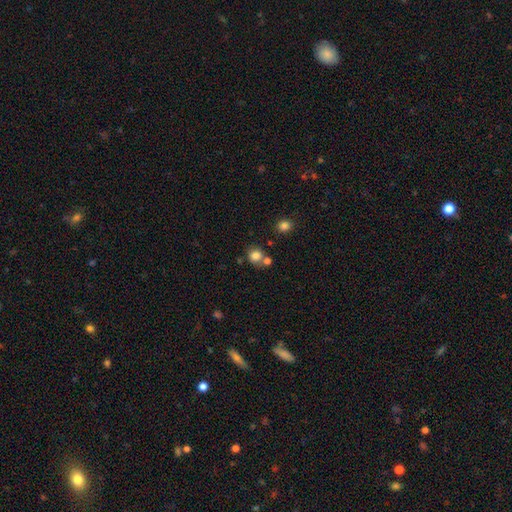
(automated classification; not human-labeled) smooth 81%, star or artifact 12%, featured or disk 8%. Down the decision tree: how rounded — round (81%); merging — none (63%).